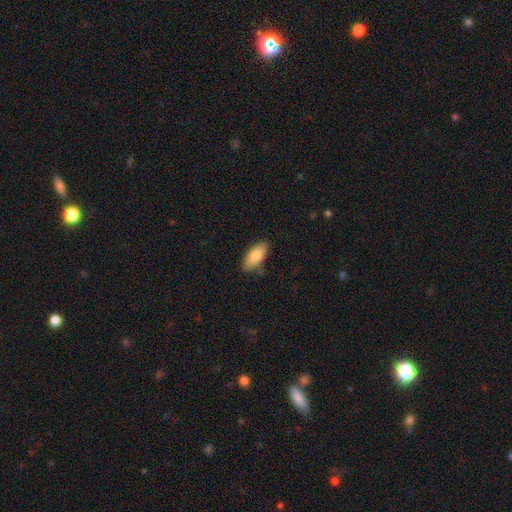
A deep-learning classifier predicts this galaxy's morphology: Smooth or featured? Predicted: smooth (p=0.82). How rounded? Predicted: in between (p=0.89). Merging? Predicted: none (p=0.82).